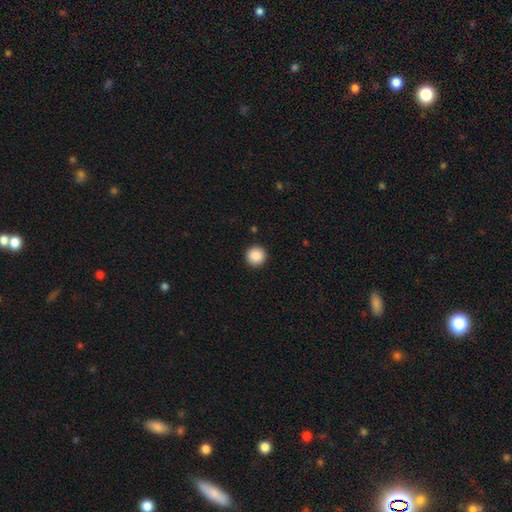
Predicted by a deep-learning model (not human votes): Overall: smooth (89%). How rounded: round (96%). Merging: none (93%).